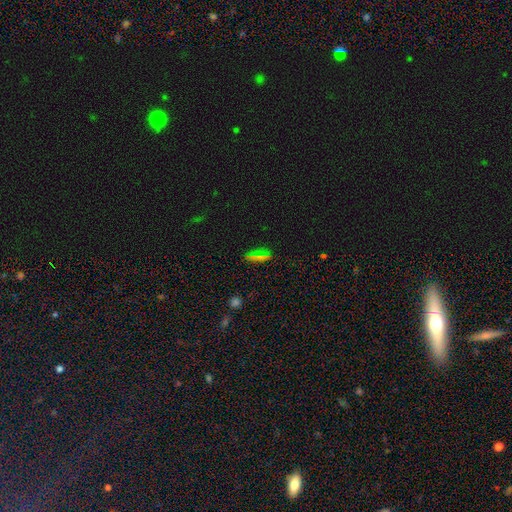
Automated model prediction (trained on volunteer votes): Smooth or featured: smooth — 49% (star or artifact — 38%)
Merging: none — 82% (minor disturbance — 12%)